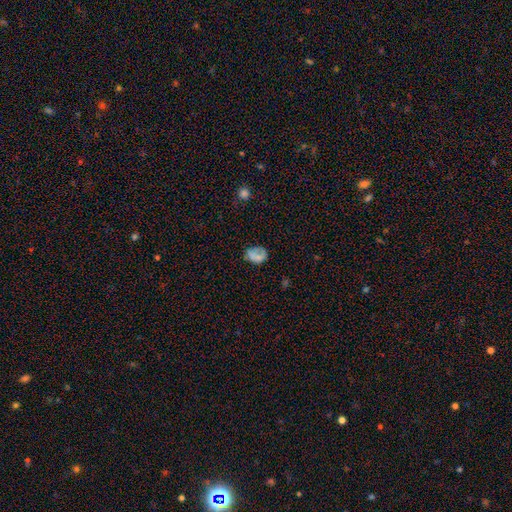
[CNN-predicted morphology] smooth-or-featured: smooth: 70% | featured or disk: 18% | star or artifact: 12%
  how-rounded: in between: 57% | round: 41% | cigar-shaped: 1%
  merging: none: 60% | minor disturbance: 26% | major disturbance: 11% | merger: 3%